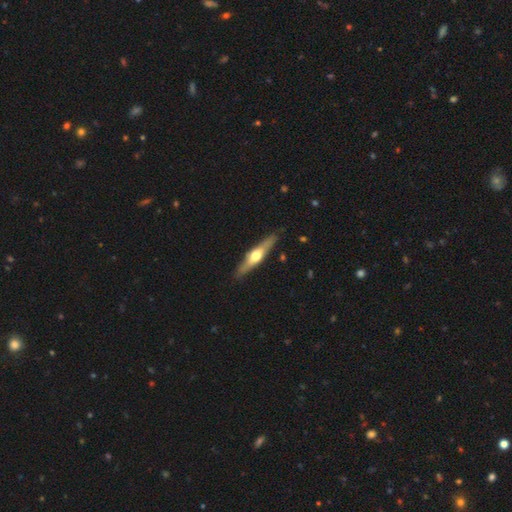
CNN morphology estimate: A featured or disk galaxy (64%) viewed edge-on (95%) with a rounded central bulge (94%).

Vote fractions:
- Smooth or featured? featured or disk: 64% / smooth: 31% / star or artifact: 5%
- Edge-on disk? yes: 95% / no: 5%
- Edge-on bulge? rounded: 94% / boxy: 4% / none: 3%
- Merging? none: 89% / minor disturbance: 8% / major disturbance: 2% / merger: 1%